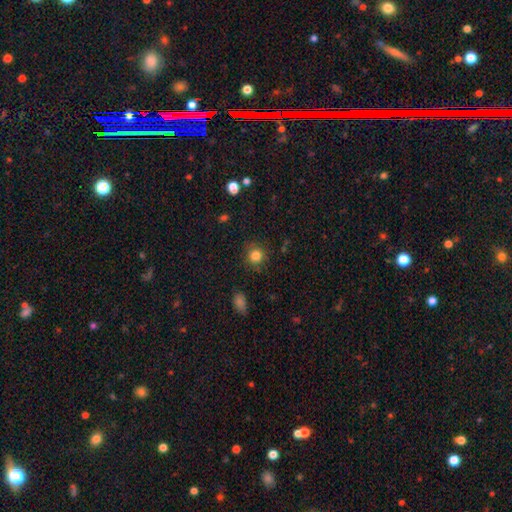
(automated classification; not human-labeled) Smooth or featured?
  - smooth: 83% *
  - star or artifact: 11%
  - featured or disk: 5%
How rounded?
  - round: 88% *
  - in between: 11%
  - cigar-shaped: 1%
Merging?
  - none: 84% *
  - minor disturbance: 11%
  - major disturbance: 3%
  - merger: 1%